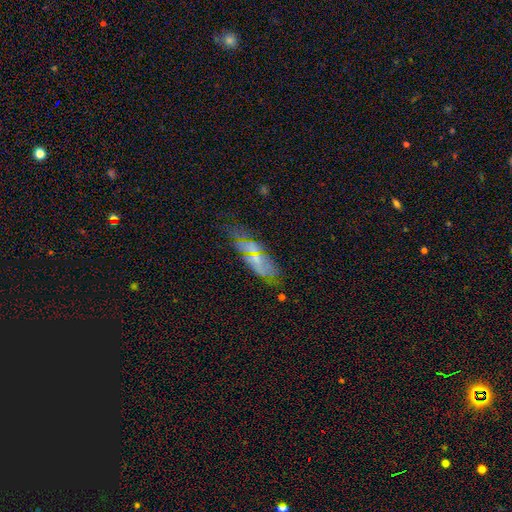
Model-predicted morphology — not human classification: smooth-or-featured: featured or disk: 44% | smooth: 36% | star or artifact: 20%
  merging: none: 69% | minor disturbance: 18% | major disturbance: 8% | merger: 5%